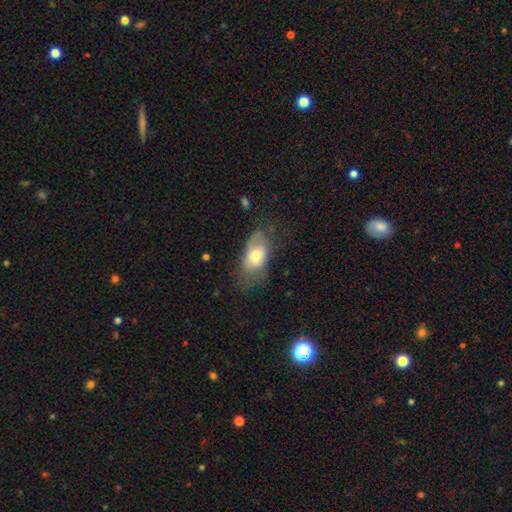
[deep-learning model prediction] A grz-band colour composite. It shows a smooth galaxy with no disk features (66%) that is in between round and cigar-shaped (89%). Merging: none (44%).